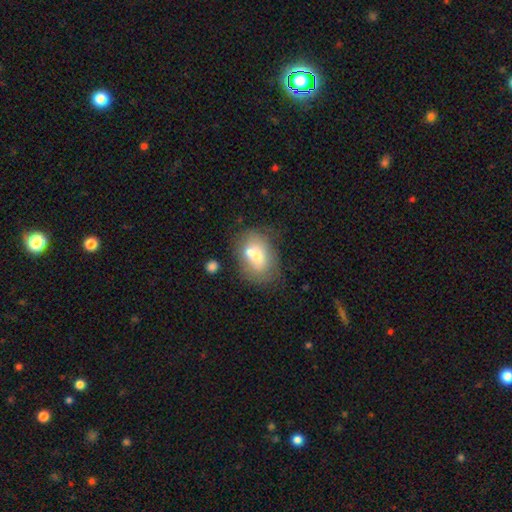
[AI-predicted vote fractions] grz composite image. It shows a smooth galaxy with no disk features (64%) that is in between round and cigar-shaped (74%). Merging: none (43%).